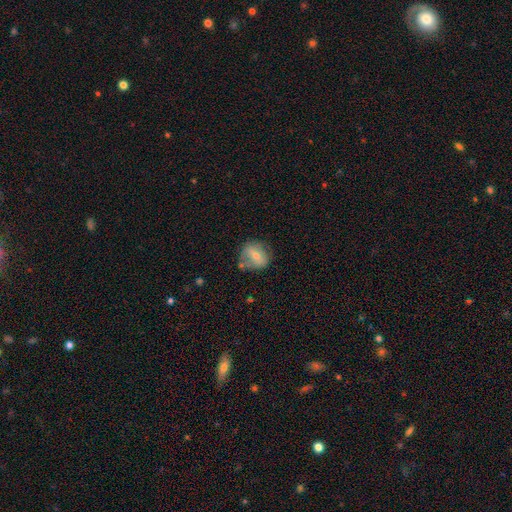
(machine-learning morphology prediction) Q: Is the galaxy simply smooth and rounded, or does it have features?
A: smooth — 57%.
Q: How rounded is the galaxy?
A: round — 69%.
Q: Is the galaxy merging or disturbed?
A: none — 59%.